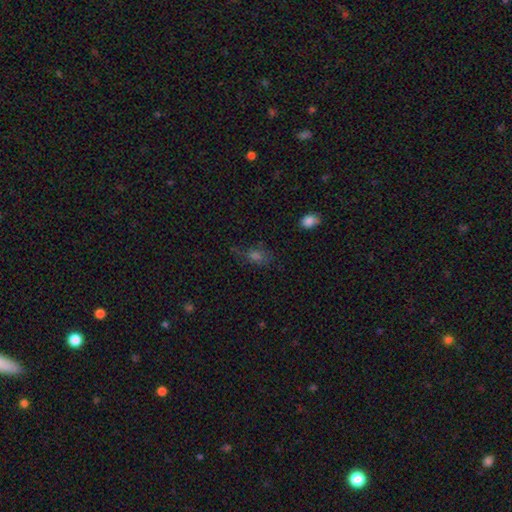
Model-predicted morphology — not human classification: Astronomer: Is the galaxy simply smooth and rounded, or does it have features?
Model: smooth — 55%.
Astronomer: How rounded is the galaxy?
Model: in between — 69%.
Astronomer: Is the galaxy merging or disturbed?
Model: none — 60%.